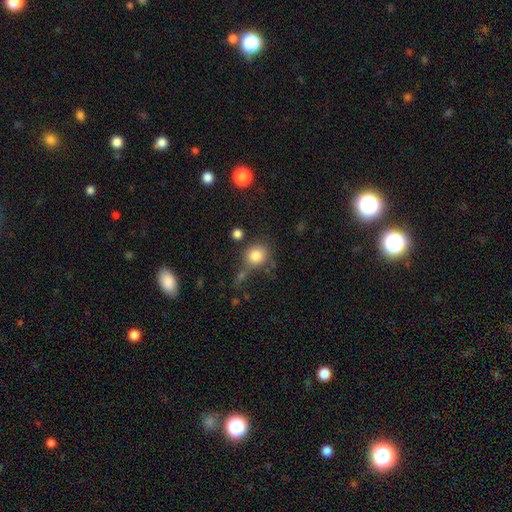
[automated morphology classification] This is clearly a smooth galaxy (81%). How rounded: clearly round (81%). Merging: possibly none (59%).